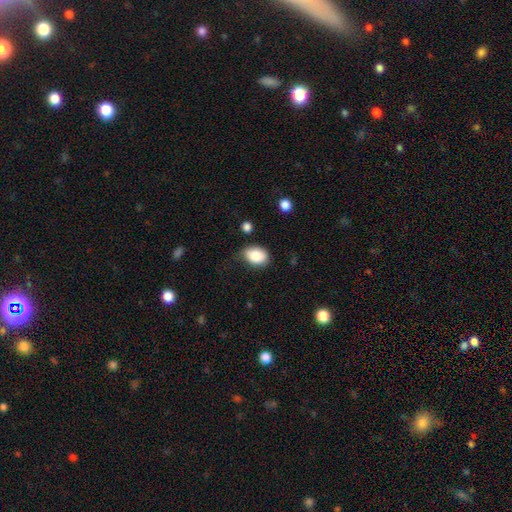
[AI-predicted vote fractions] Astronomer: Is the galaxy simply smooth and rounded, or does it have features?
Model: smooth — 86%.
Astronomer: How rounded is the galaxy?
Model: in between — 75%.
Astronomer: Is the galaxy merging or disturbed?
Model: none — 60%.